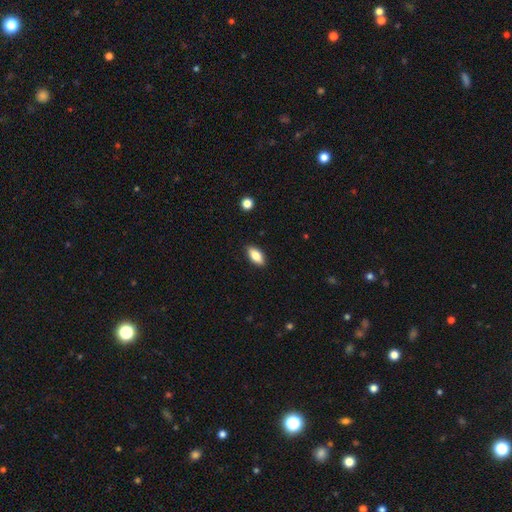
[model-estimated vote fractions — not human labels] Smooth or featured? smooth (80%)
How rounded? in between (87%)
Merging? none (88%)